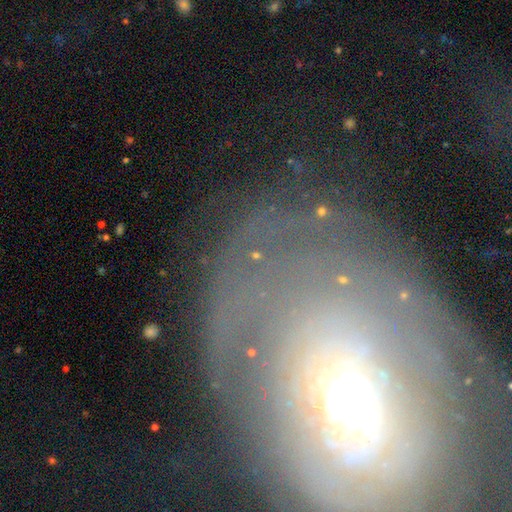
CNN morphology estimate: Smooth or featured?
  - star or artifact: 60% *
  - featured or disk: 22%
  - smooth: 18%